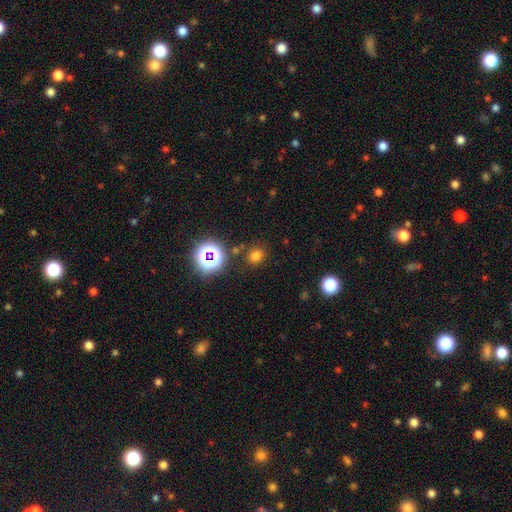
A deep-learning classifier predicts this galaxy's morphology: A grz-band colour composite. It shows a smooth galaxy with no disk features (70%) that is round (73%). Merging: none (81%).